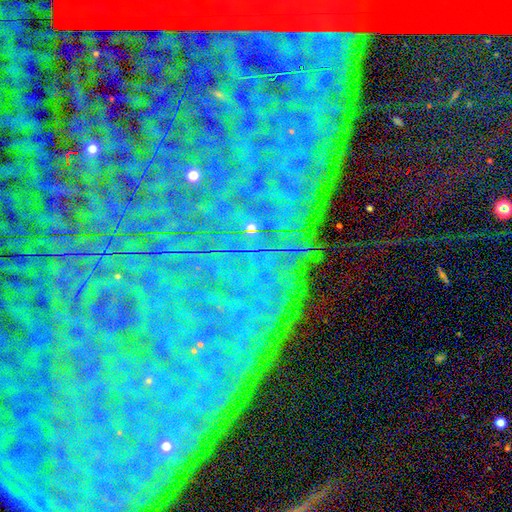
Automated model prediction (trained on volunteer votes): smooth-or-featured: star or artifact: 84% | featured or disk: 9% | smooth: 7%